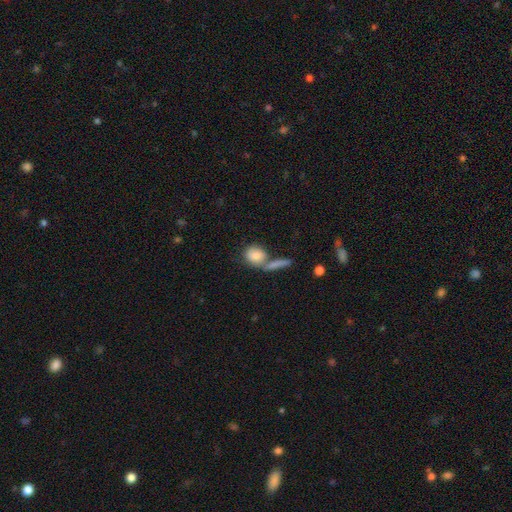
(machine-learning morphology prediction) Q: Smooth or featured?
A: smooth (79%); runner-up: featured or disk (13%)
Q: How rounded?
A: in between (52%); runner-up: round (42%)
Q: Merging?
A: merger (40%); runner-up: none (39%)